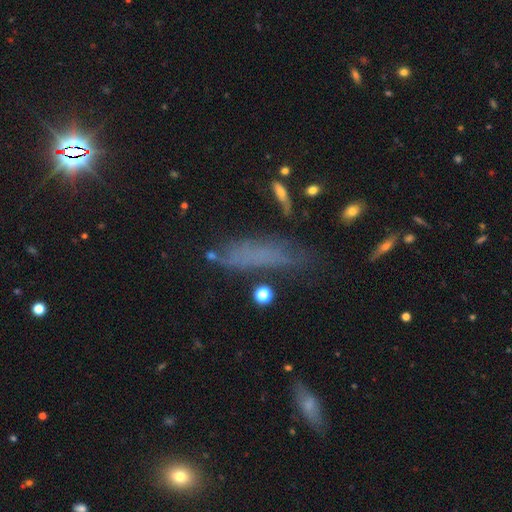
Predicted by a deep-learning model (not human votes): A smooth galaxy with no disk features (53%) that is cigar-shaped (69%).

Vote fractions:
- Smooth or featured? smooth: 53% / star or artifact: 24% / featured or disk: 23%
- How rounded? cigar-shaped: 69% / in between: 27% / round: 4%
- Merging? none: 68% / minor disturbance: 19% / major disturbance: 8% / merger: 5%